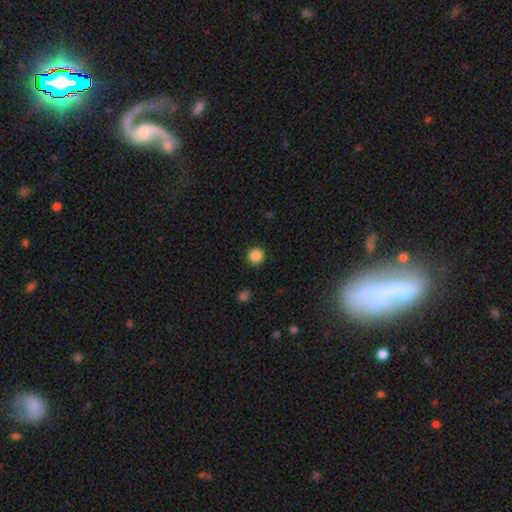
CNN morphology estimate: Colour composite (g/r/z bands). It shows a smooth galaxy with no disk features (86%) that is round (95%). Merging: none (91%).